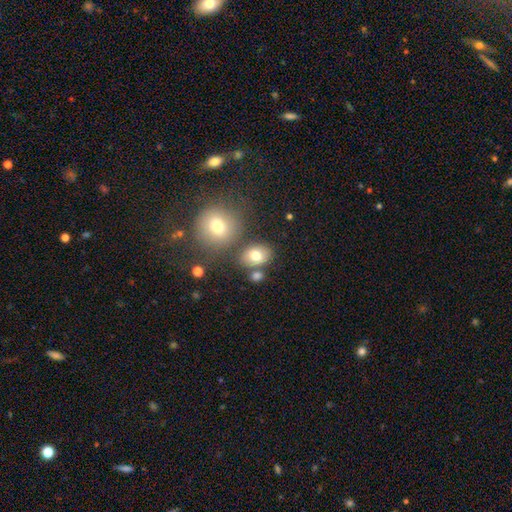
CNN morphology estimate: The model was most divided on "how rounded": in between: 63%, round: 36%, cigar-shaped: 1%. More confident: smooth or featured — smooth (77%); merging — none (70%).